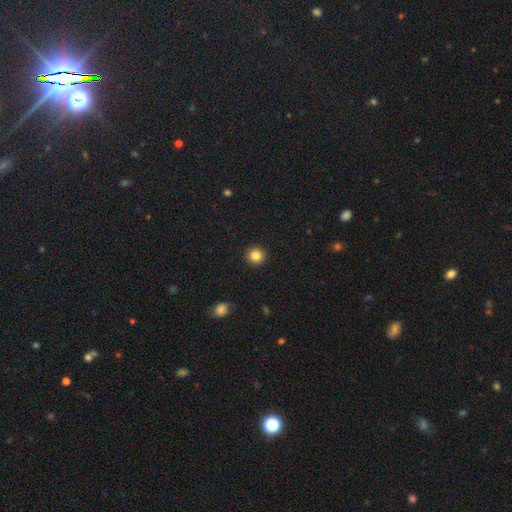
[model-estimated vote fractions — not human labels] Overall: smooth (84%). How rounded: round (94%). Merging: none (93%).